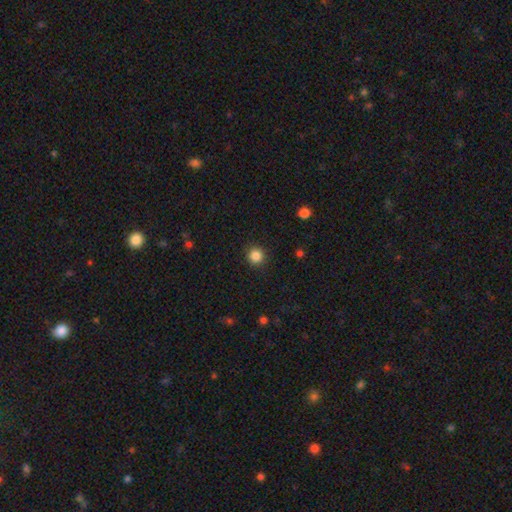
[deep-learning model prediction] Smooth or featured: smooth — 86% (star or artifact — 11%)
How rounded: round — 95% (in between — 4%)
Merging: none — 91% (minor disturbance — 6%)